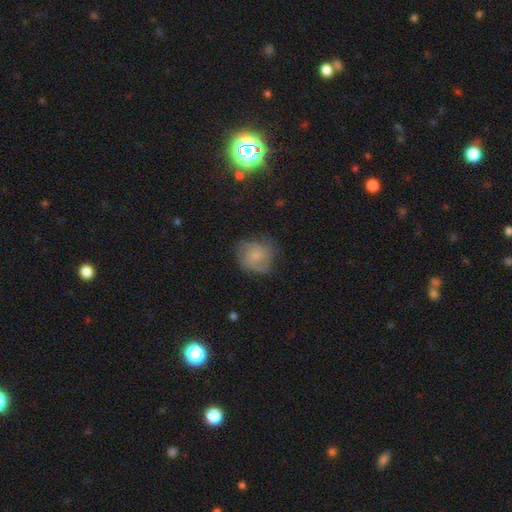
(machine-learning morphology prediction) Q: Smooth or featured?
A: featured or disk (47%); runner-up: smooth (44%)
Q: Merging?
A: none (68%); runner-up: minor disturbance (22%)